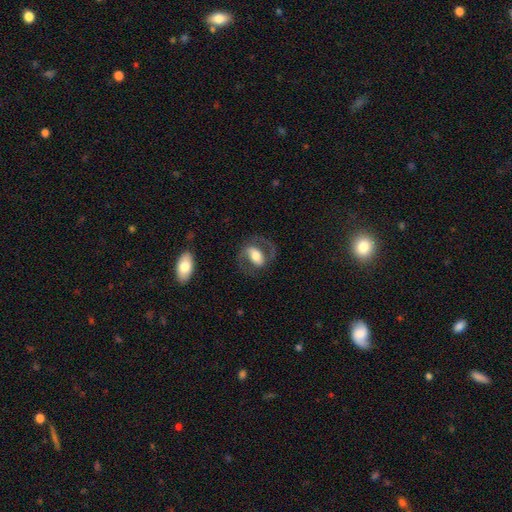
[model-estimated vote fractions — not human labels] Smooth or featured? Predicted: featured or disk (p=0.73). Edge-on disk? Predicted: no (p=0.96). Bar? Predicted: strong (p=0.43). Spiral arms? Predicted: yes (p=0.89). Spiral winding? Predicted: medium (p=0.56). Spiral arm count? Predicted: 2 (p=0.90). Bulge size? Predicted: moderate (p=0.53). Merging? Predicted: none (p=0.72).